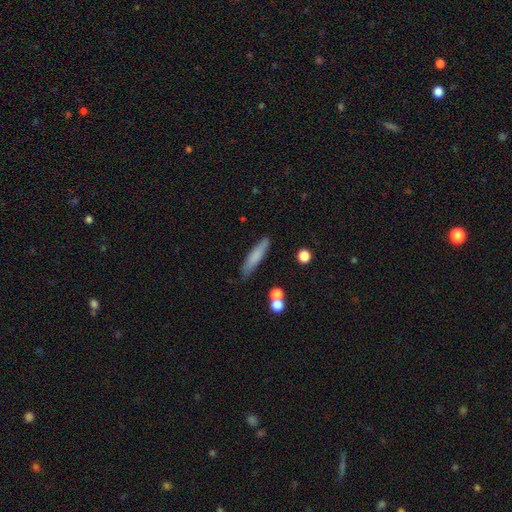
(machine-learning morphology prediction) Smooth or featured? smooth (76%)
How rounded? cigar-shaped (84%)
Merging? none (82%)